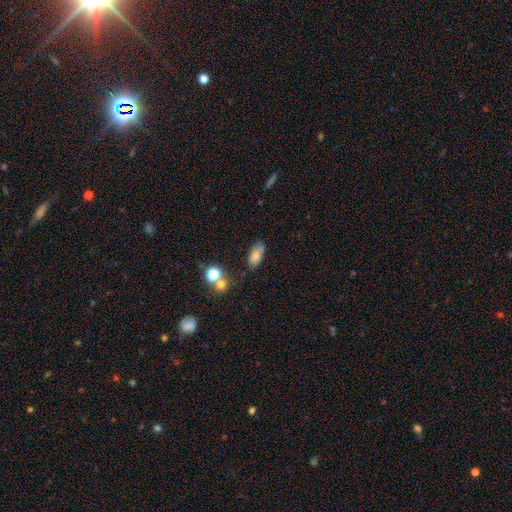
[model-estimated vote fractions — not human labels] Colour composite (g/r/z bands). It shows a smooth galaxy with no disk features (73%) that is in between round and cigar-shaped (87%). Merging: none (60%).